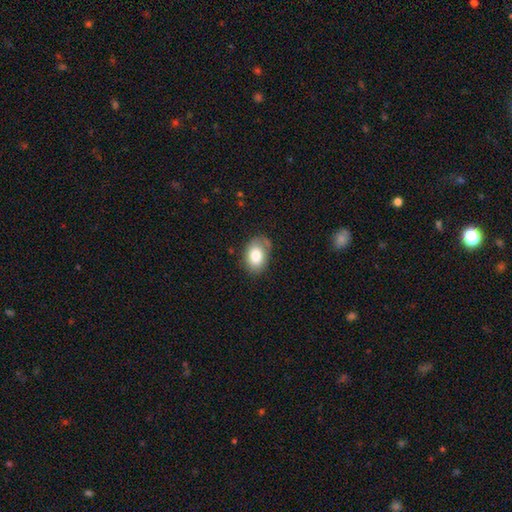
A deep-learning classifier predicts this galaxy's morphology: Smooth or featured? Predicted: smooth (p=0.81). How rounded? Predicted: in between (p=0.82). Merging? Predicted: none (p=0.72).